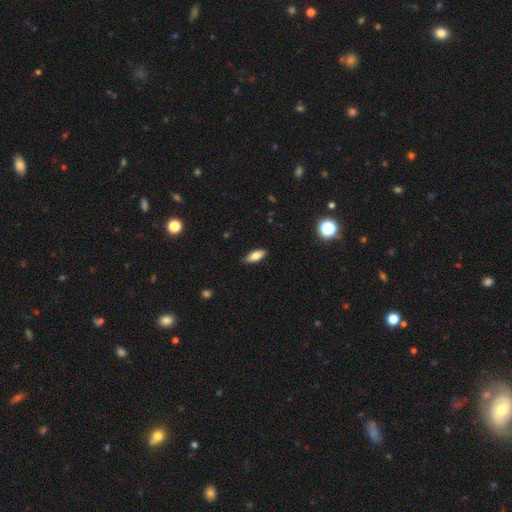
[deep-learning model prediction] Smooth or featured? smooth (76%)
How rounded? in between (80%)
Merging? none (84%)